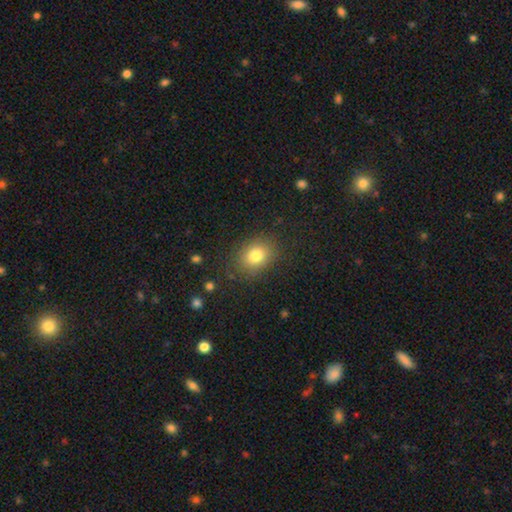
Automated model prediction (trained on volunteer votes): A smooth galaxy with no disk features (80%) that is in between round and cigar-shaped (54%). Merging: none (82%).